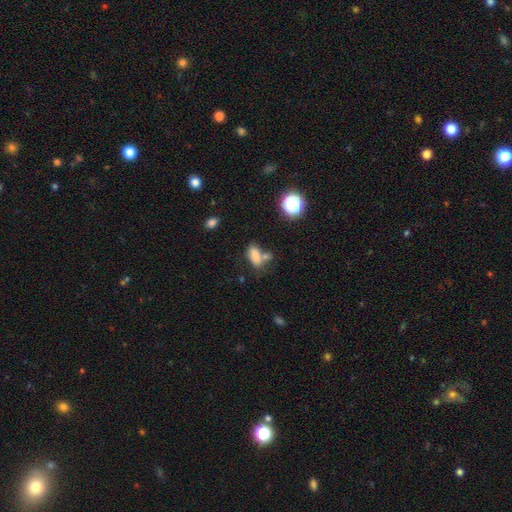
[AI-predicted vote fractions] Smooth or featured?
  - smooth: 80% *
  - star or artifact: 13%
  - featured or disk: 8%
How rounded?
  - in between: 84% *
  - cigar-shaped: 9%
  - round: 7%
Merging?
  - none: 44% *
  - merger: 33%
  - minor disturbance: 16%
  - major disturbance: 7%